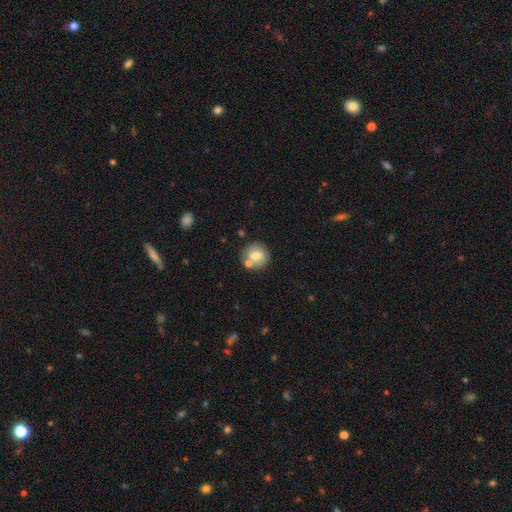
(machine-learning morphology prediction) Smooth or featured? smooth (70%)
How rounded? round (87%)
Merging? none (69%)